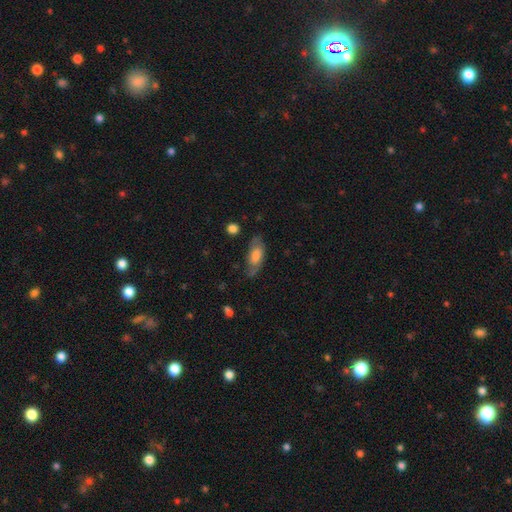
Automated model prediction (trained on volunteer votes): smooth_or_featured: smooth (p=0.59) [alt: featured or disk p=0.34]
how_rounded: in between (p=0.82) [alt: cigar-shaped p=0.15]
merging: none (p=0.68) [alt: minor disturbance p=0.23]